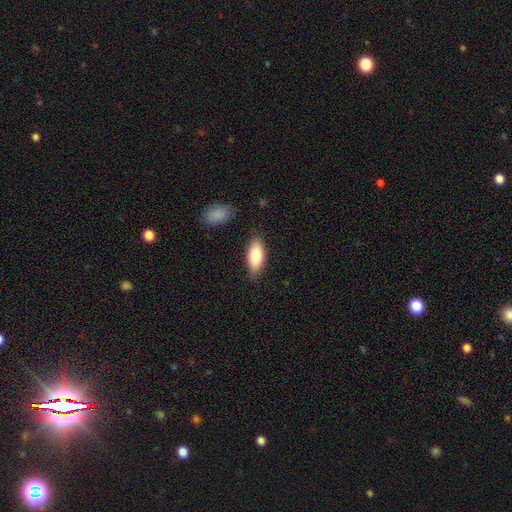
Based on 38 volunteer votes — This is likely a smooth galaxy (79%). How rounded: likely in between (73%). Merging: clearly none (92%).